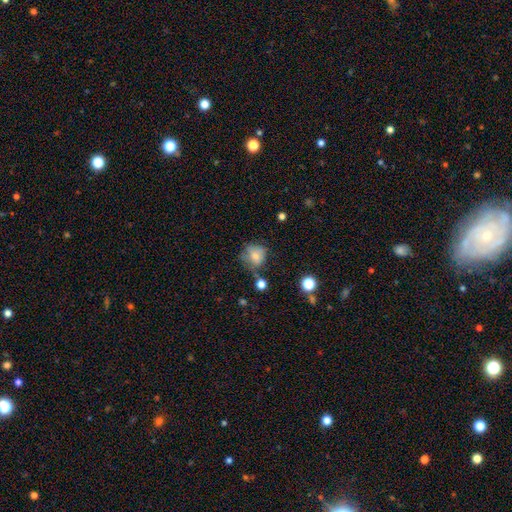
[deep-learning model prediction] Smooth or featured?
  - smooth: 73% *
  - featured or disk: 15%
  - star or artifact: 11%
How rounded?
  - round: 75% *
  - in between: 24%
  - cigar-shaped: 1%
Merging?
  - none: 49% *
  - minor disturbance: 29%
  - major disturbance: 15%
  - merger: 7%